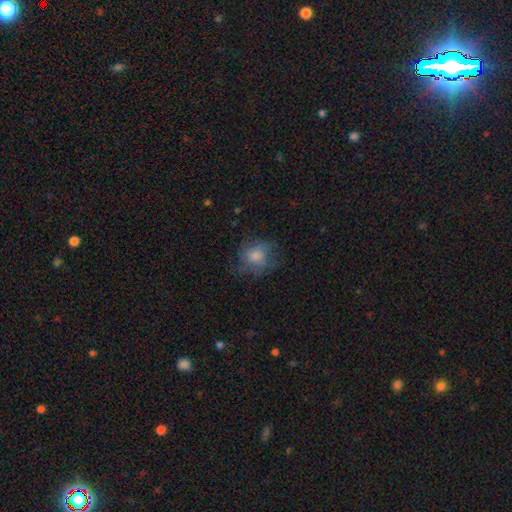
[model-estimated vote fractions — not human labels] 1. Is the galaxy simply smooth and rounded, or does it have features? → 61% smooth, 26% featured or disk, 13% star or artifact.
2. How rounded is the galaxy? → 72% round, 27% in between, 1% cigar-shaped.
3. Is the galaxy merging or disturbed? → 64% none, 21% minor disturbance, 13% major disturbance, 1% merger.